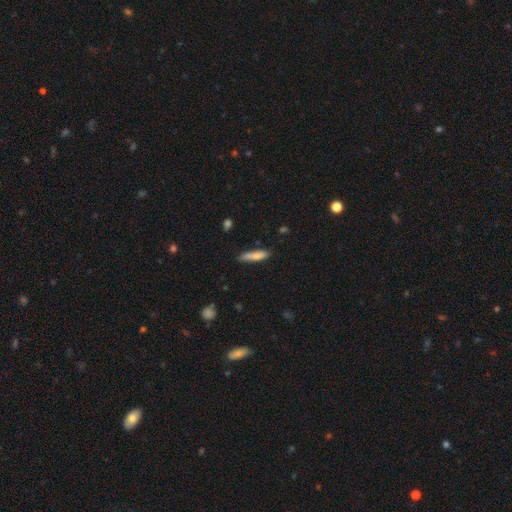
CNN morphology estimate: This is likely a smooth galaxy (76%). How rounded: likely cigar-shaped (77%). Merging: likely none (69%).